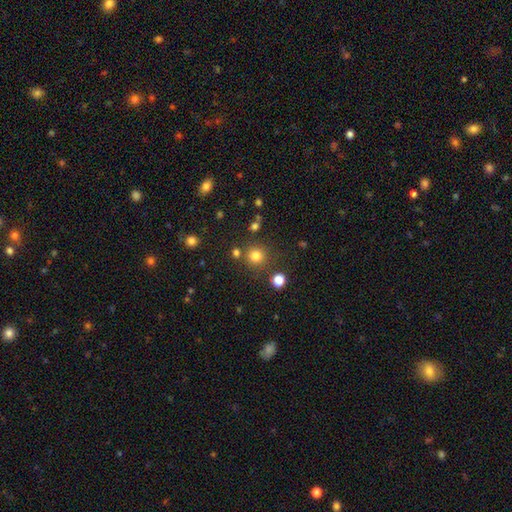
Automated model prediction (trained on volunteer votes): This appears to be a smooth galaxy with no disk features (78%) that is round (92%). Merging: none (81%).